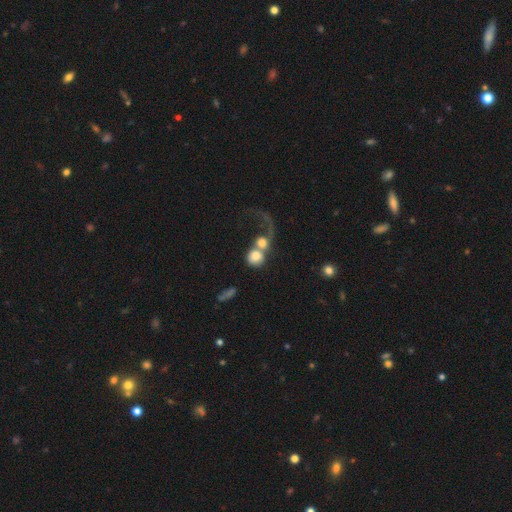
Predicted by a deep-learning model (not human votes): smooth 65%, featured or disk 26%, star or artifact 9%. Down the decision tree: how rounded — round (80%); merging — merger (66%).